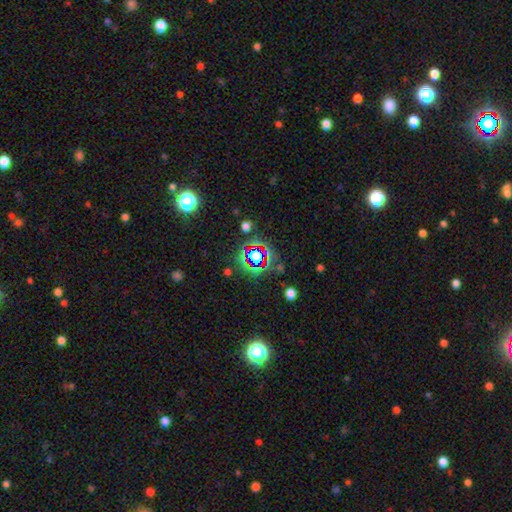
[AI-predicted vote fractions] A star or artifact, not a galaxy (62%).

Vote fractions:
- Smooth or featured? star or artifact: 62% / smooth: 25% / featured or disk: 12%